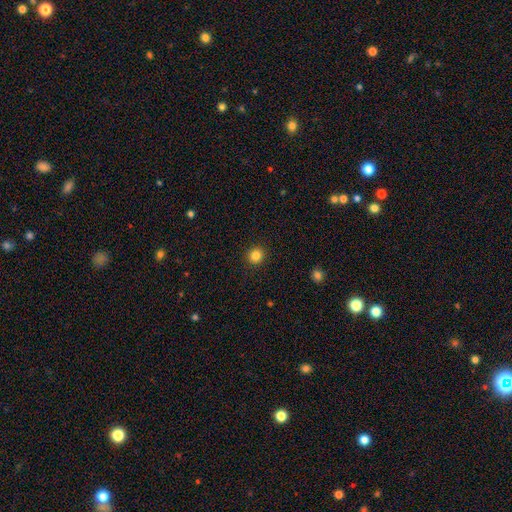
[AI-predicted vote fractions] smooth_or_featured: smooth (p=0.84) [alt: star or artifact p=0.12]
how_rounded: round (p=0.91) [alt: in between p=0.08]
merging: none (p=0.93) [alt: minor disturbance p=0.05]